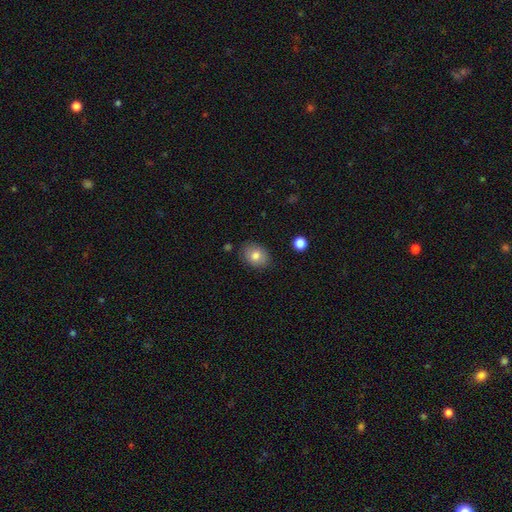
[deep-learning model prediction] This appears to be a smooth galaxy with no disk features (79%) that is in between round and cigar-shaped (61%). Merging: none (84%).